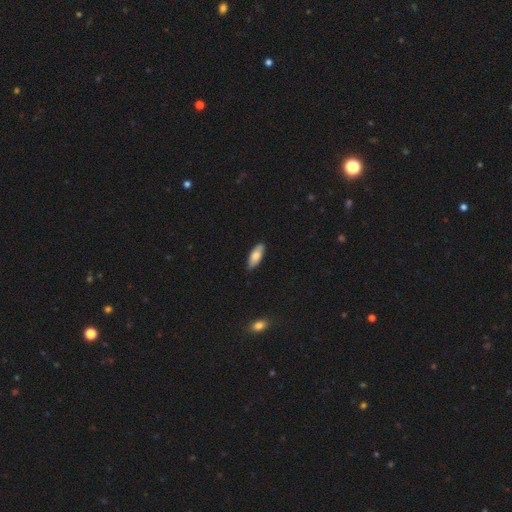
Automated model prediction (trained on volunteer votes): Smooth or featured?
  - smooth: 81% *
  - featured or disk: 13%
  - star or artifact: 6%
How rounded?
  - in between: 77% *
  - cigar-shaped: 21%
  - round: 2%
Merging?
  - none: 84% *
  - minor disturbance: 13%
  - major disturbance: 2%
  - merger: 1%